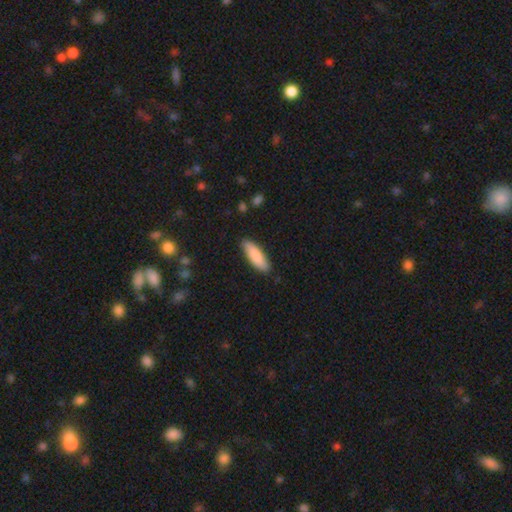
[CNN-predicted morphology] Smooth or featured? Predicted: smooth (p=0.86). How rounded? Predicted: cigar-shaped (p=0.51). Merging? Predicted: none (p=0.87).